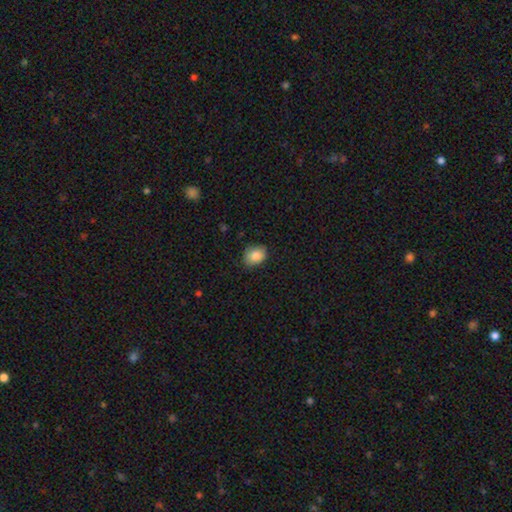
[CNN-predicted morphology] Smooth or featured: smooth — 85% (star or artifact — 8%)
How rounded: in between — 57% (round — 42%)
Merging: none — 77% (minor disturbance — 19%)